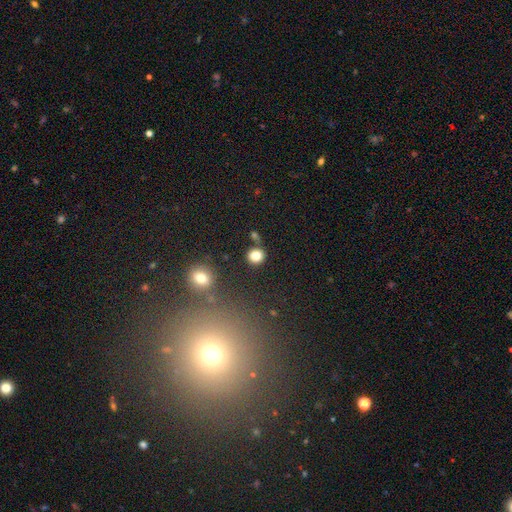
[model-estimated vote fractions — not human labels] Smooth or featured?
  - smooth: 82% *
  - star or artifact: 12%
  - featured or disk: 6%
How rounded?
  - round: 84% *
  - in between: 15%
  - cigar-shaped: 1%
Merging?
  - none: 79% *
  - minor disturbance: 9%
  - merger: 8%
  - major disturbance: 3%